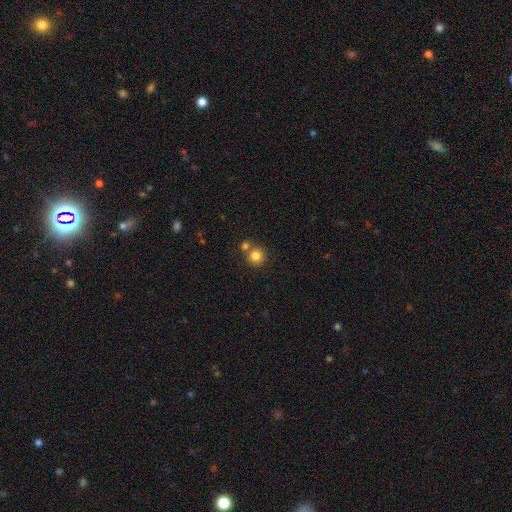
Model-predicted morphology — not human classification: type=smooth (83%); roundness=round (92%); merging=none (67%).